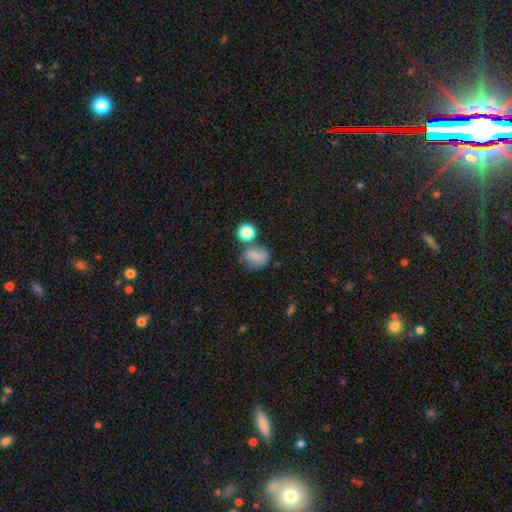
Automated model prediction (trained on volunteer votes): Morphology: type=smooth (73%); roundness=in between (50%); merging=none (45%).